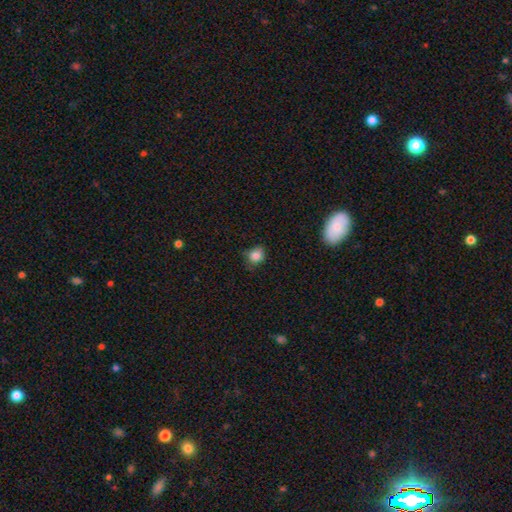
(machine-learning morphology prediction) smooth_or_featured: smooth (p=0.83) [alt: star or artifact p=0.11]
how_rounded: round (p=0.70) [alt: in between p=0.29]
merging: none (p=0.66) [alt: minor disturbance p=0.27]